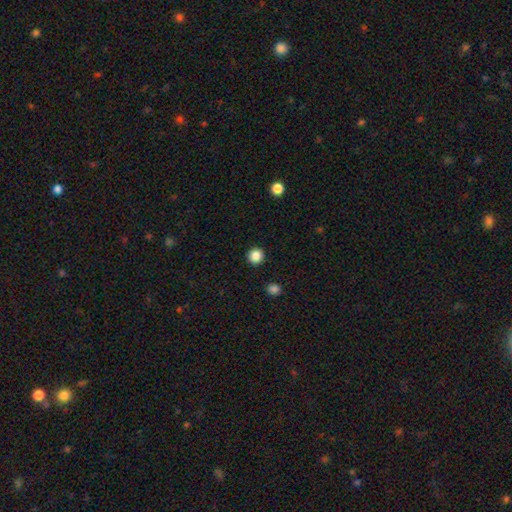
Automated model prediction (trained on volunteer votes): Morphology: type=smooth (86%); roundness=round (94%); merging=none (93%).